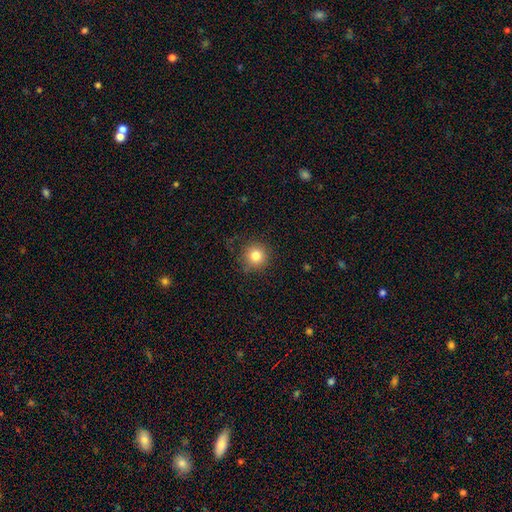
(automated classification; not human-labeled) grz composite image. It shows a smooth galaxy with no disk features (81%) that is round (94%). Merging: none (84%).